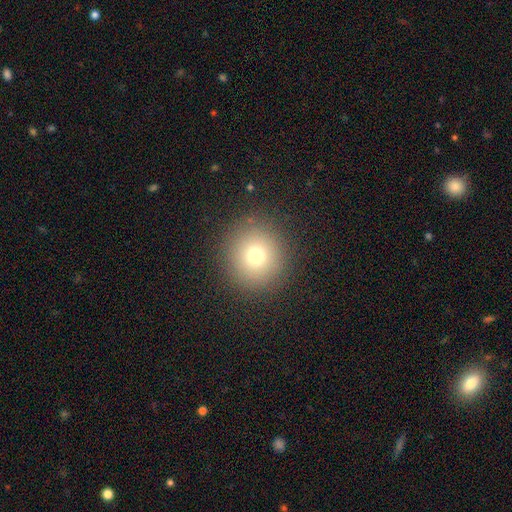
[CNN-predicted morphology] Smooth or featured? Predicted: smooth (p=0.74). How rounded? Predicted: round (p=0.94). Merging? Predicted: none (p=0.90).